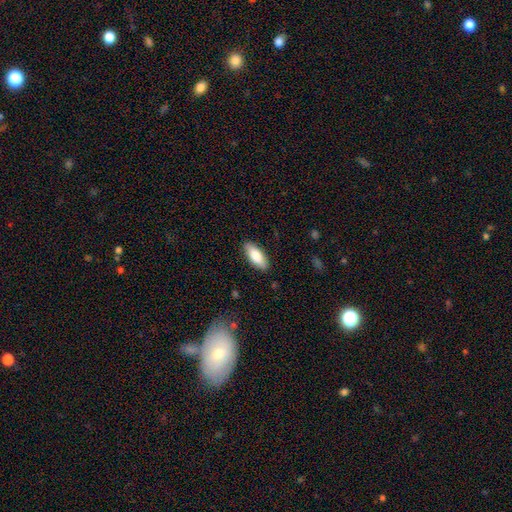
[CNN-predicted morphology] type=smooth (84%); roundness=in between (81%); merging=none (88%).